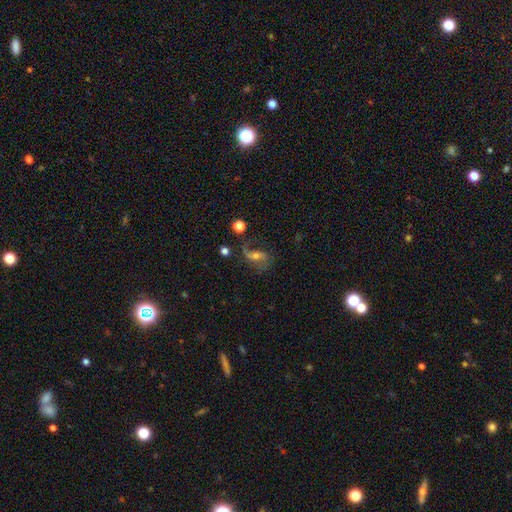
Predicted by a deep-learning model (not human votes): Smooth or featured? Predicted: featured or disk (p=0.76). Edge-on disk? Predicted: no (p=0.96). Bar? Predicted: weak (p=0.40). Spiral arms? Predicted: yes (p=0.92). Spiral winding? Predicted: loose (p=0.67). Spiral arm count? Predicted: 2 (p=0.80). Bulge size? Predicted: moderate (p=0.48). Merging? Predicted: none (p=0.60).